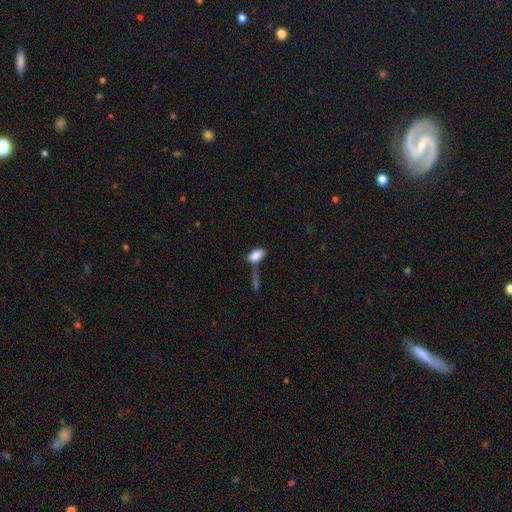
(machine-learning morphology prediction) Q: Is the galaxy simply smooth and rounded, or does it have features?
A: smooth — 83%.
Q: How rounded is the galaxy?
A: in between — 91%.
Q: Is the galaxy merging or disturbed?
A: none — 44%.